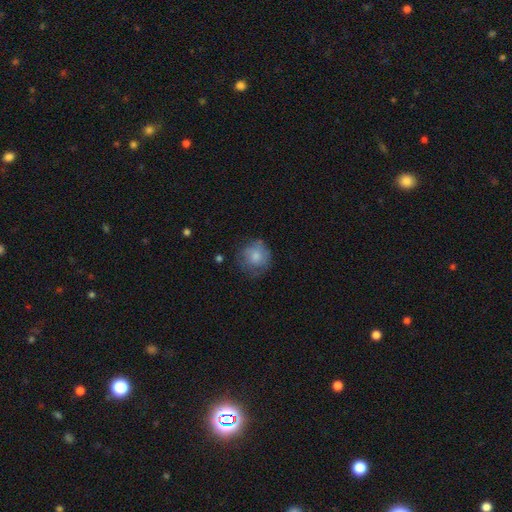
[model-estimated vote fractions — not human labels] Morphology: type=smooth (73%); roundness=round (86%); merging=none (63%).